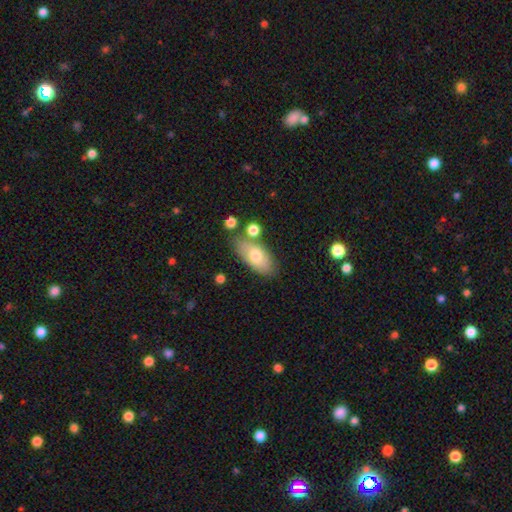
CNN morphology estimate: This appears to be a smooth galaxy with no disk features (71%) that is in between round and cigar-shaped (88%). Merging: none (68%).